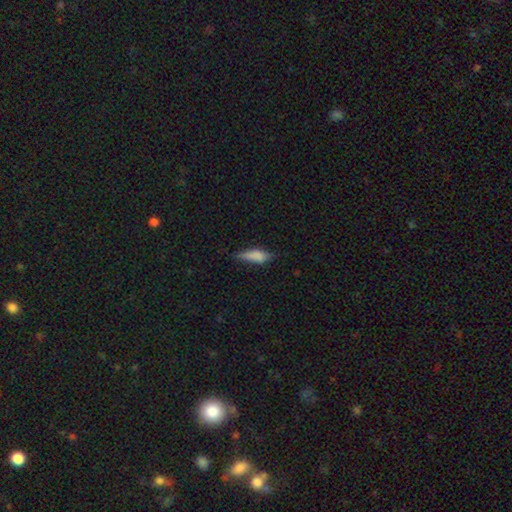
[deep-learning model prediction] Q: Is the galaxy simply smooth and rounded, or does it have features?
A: smooth — 70%.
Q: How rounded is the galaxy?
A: in between — 49%.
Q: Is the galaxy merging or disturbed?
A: none — 65%.